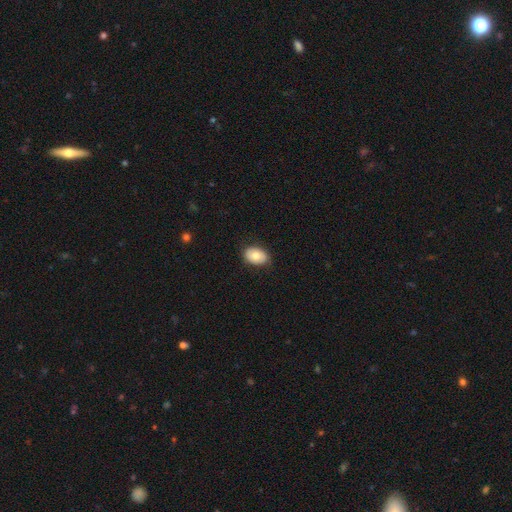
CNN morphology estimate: This is likely a smooth galaxy (73%). How rounded: clearly in between (82%). Merging: clearly none (84%).